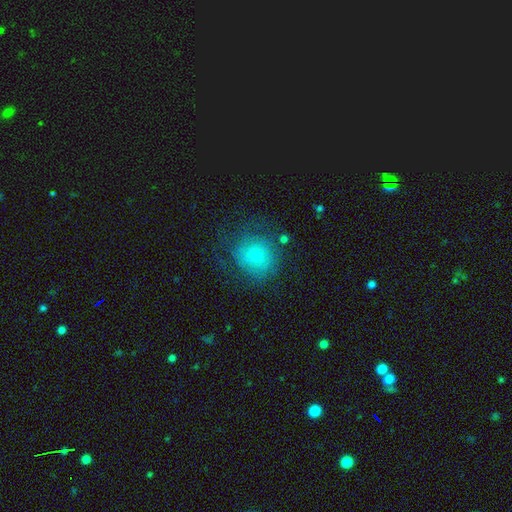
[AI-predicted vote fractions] Q: Smooth or featured?
A: smooth (67%); runner-up: featured or disk (23%)
Q: How rounded?
A: round (86%); runner-up: in between (13%)
Q: Merging?
A: none (57%); runner-up: minor disturbance (21%)